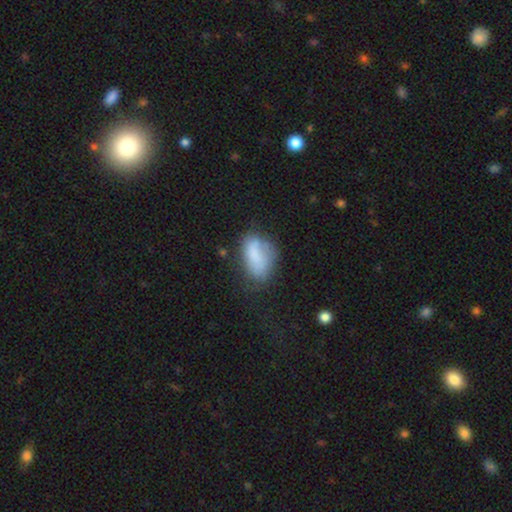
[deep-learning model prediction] smooth-or-featured: smooth: 72% | featured or disk: 19% | star or artifact: 9%
  how-rounded: in between: 89% | round: 7% | cigar-shaped: 4%
  merging: none: 42% | minor disturbance: 31% | major disturbance: 19% | merger: 9%